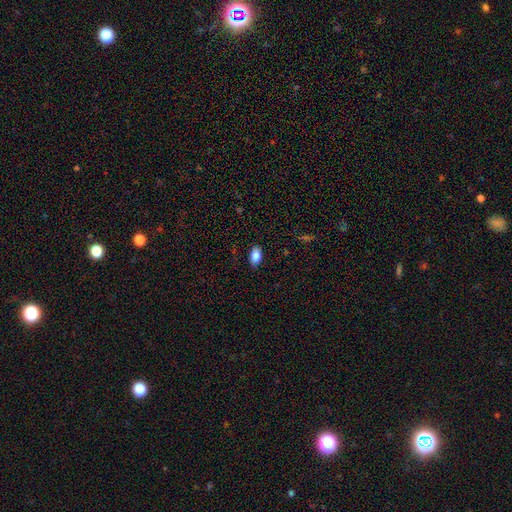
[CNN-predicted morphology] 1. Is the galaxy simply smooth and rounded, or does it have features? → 86% smooth, 8% star or artifact, 6% featured or disk.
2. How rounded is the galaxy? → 92% in between, 6% round, 3% cigar-shaped.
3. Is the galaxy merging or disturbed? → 86% none, 11% minor disturbance, 2% major disturbance, 1% merger.